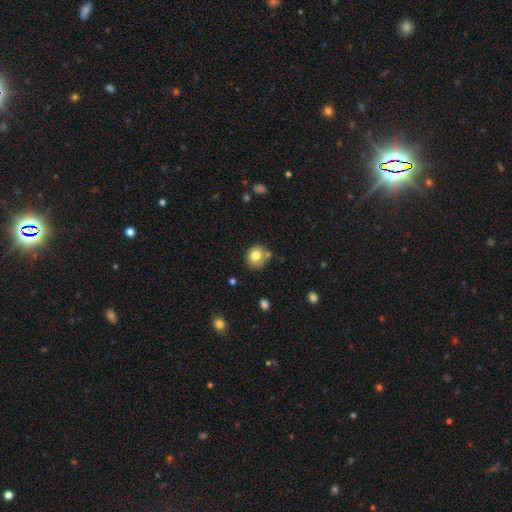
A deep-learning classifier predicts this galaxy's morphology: Q: Smooth or featured?
A: smooth (78%); runner-up: featured or disk (12%)
Q: How rounded?
A: round (81%); runner-up: in between (19%)
Q: Merging?
A: none (74%); runner-up: minor disturbance (14%)